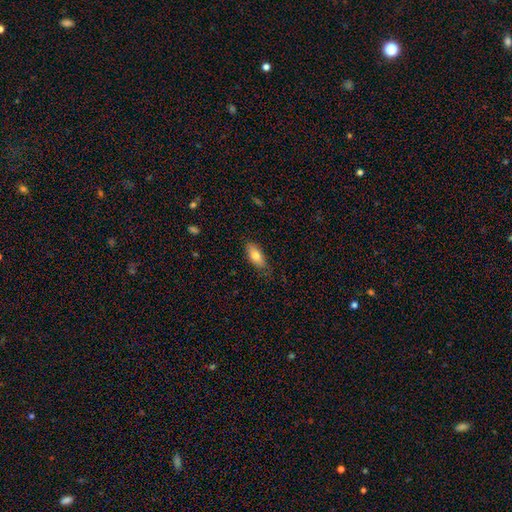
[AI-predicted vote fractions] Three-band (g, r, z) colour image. It shows a smooth galaxy with no disk features (77%) that is in between round and cigar-shaped (83%). Merging: none (76%).